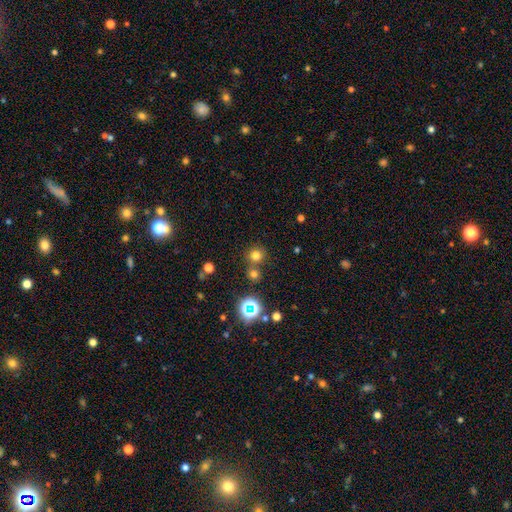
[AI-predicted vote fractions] Smooth or featured: smooth — 70% (star or artifact — 24%)
How rounded: round — 91% (in between — 8%)
Merging: none — 69% (merger — 21%)